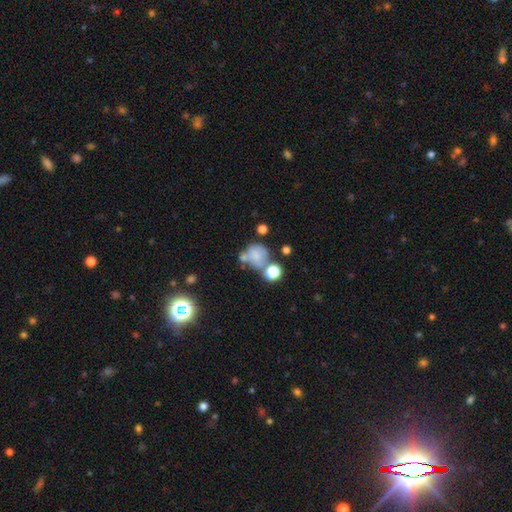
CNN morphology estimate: This is likely a smooth galaxy (67%). How rounded: likely round (67%). Merging: marginally merger (34%, tied with none).